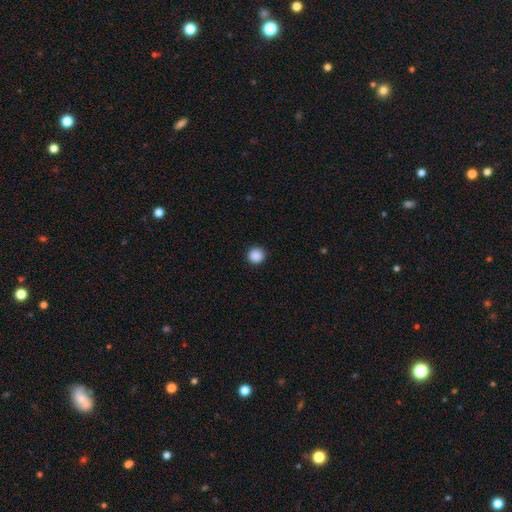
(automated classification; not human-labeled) smooth-or-featured: smooth: 89% | star or artifact: 9% | featured or disk: 2%
  how-rounded: round: 95% | in between: 4% | cigar-shaped: 1%
  merging: none: 92% | minor disturbance: 5% | major disturbance: 2% | merger: 1%